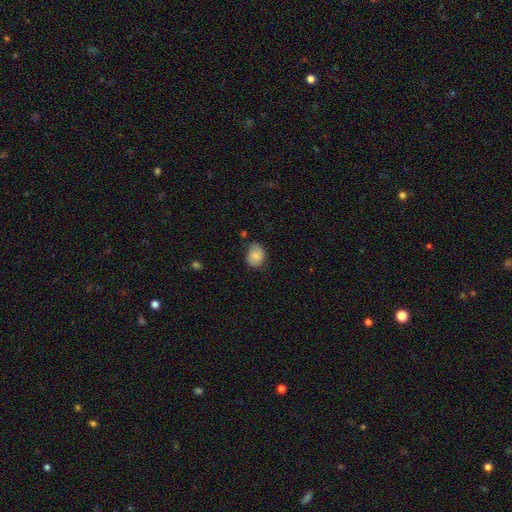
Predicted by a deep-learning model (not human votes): smooth-or-featured: smooth: 80% | featured or disk: 12% | star or artifact: 8%
  how-rounded: in between: 58% | round: 41% | cigar-shaped: 1%
  merging: none: 64% | minor disturbance: 27% | major disturbance: 6% | merger: 3%